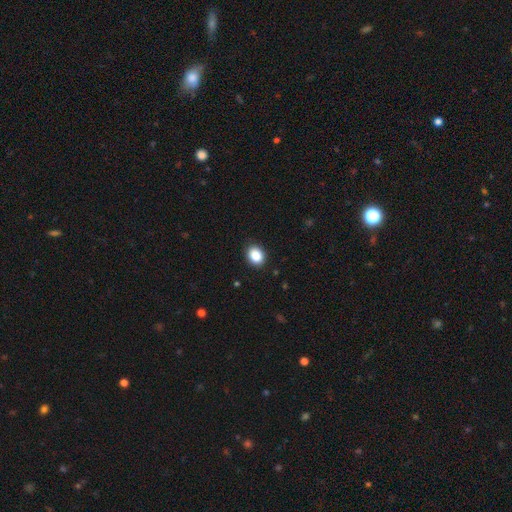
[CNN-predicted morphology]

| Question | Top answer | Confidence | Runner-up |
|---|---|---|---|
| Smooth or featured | smooth | 88% | star or artifact (9%) |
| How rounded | in between | 53% | round (46%) |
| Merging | none | 90% | minor disturbance (7%) |